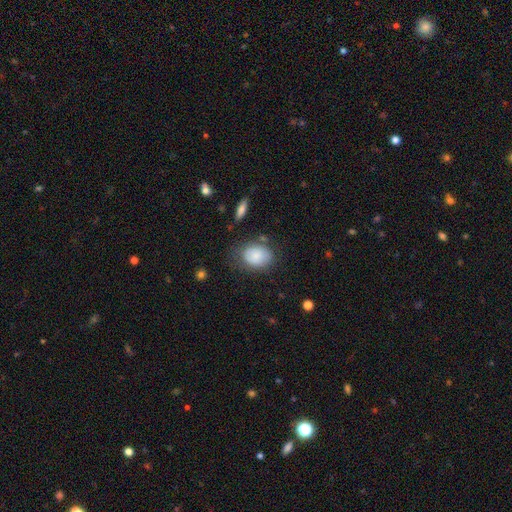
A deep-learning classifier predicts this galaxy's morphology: type=smooth (83%); roundness=in between (63%); merging=none (66%).